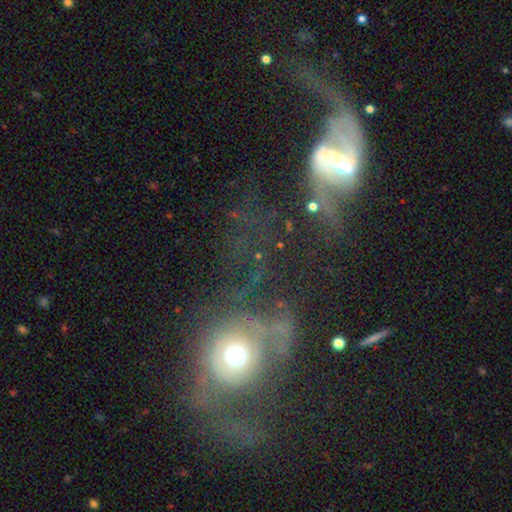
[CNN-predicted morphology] Smooth or featured: featured or disk — 54% (smooth — 29%)
Edge-on disk: no — 92% (yes — 8%)
Merging: major disturbance — 39% (merger — 32%)